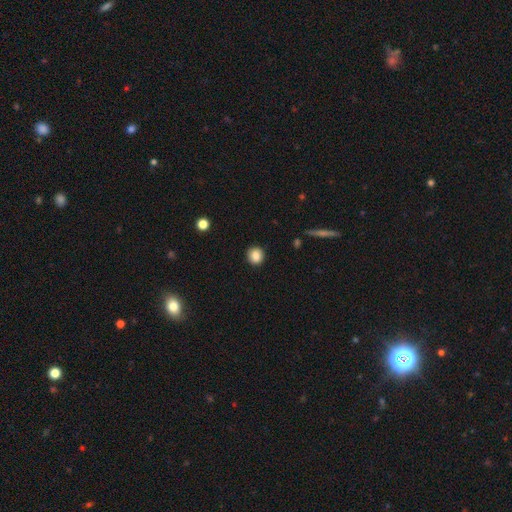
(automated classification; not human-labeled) Smooth or featured? smooth (86%)
How rounded? round (87%)
Merging? none (90%)